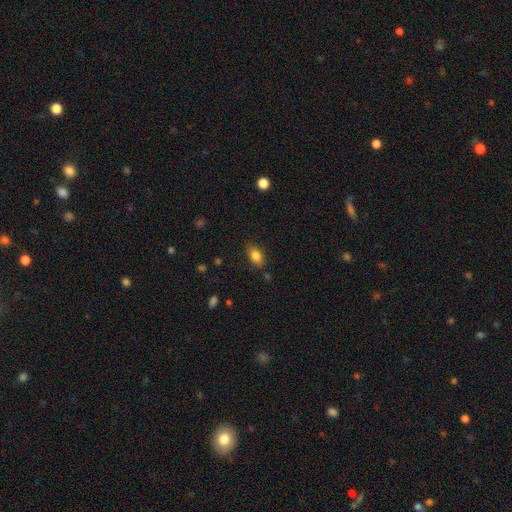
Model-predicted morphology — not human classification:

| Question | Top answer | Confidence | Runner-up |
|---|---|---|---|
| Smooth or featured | smooth | 84% | star or artifact (9%) |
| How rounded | in between | 84% | round (13%) |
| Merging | none | 82% | minor disturbance (13%) |